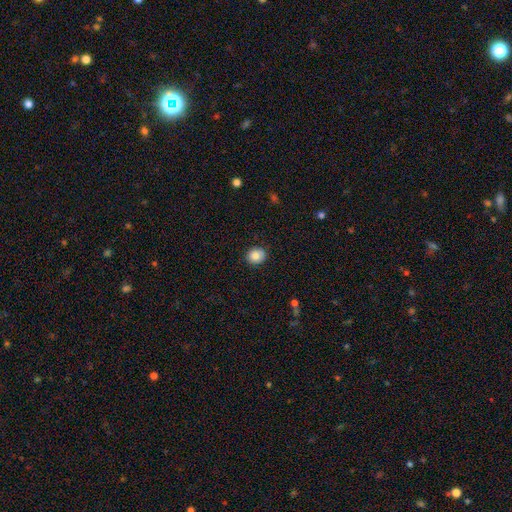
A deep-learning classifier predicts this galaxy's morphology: Smooth or featured?
  - smooth: 84% *
  - star or artifact: 9%
  - featured or disk: 7%
How rounded?
  - round: 78% *
  - in between: 21%
  - cigar-shaped: 1%
Merging?
  - none: 88% *
  - minor disturbance: 9%
  - major disturbance: 2%
  - merger: 1%